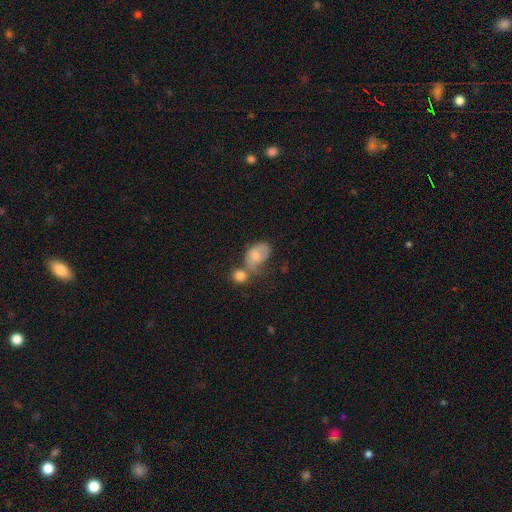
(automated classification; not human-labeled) smooth_or_featured: smooth (p=0.63) [alt: featured or disk p=0.29]
how_rounded: in between (p=0.80) [alt: round p=0.18]
merging: merger (p=0.44) [alt: none p=0.22]